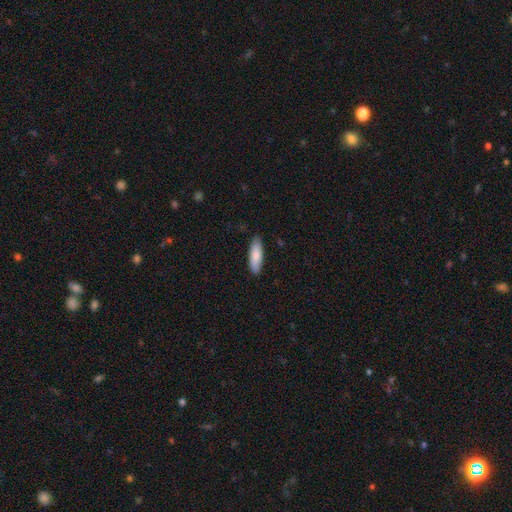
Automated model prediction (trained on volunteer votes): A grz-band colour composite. It shows a smooth galaxy with no disk features (83%) that is in between round and cigar-shaped (56%). Merging: none (88%).